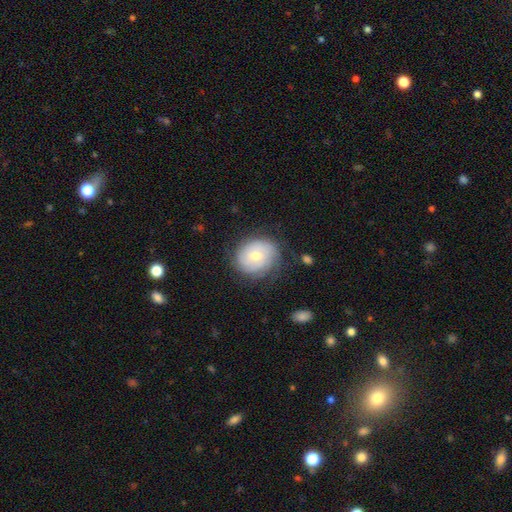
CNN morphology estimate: type=featured or disk (56%); edge-on=no (97%); bar=no (77%); spiral arms=yes (80%); bulge=moderate (57%); merging=none (73%).